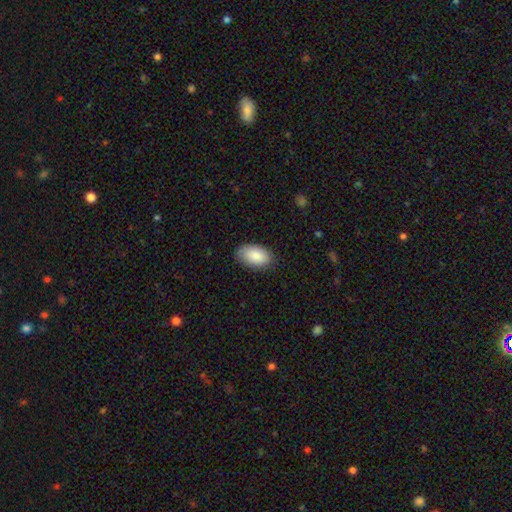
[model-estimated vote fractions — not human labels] Overall: smooth (87%). How rounded: in between (94%). Merging: none (83%).